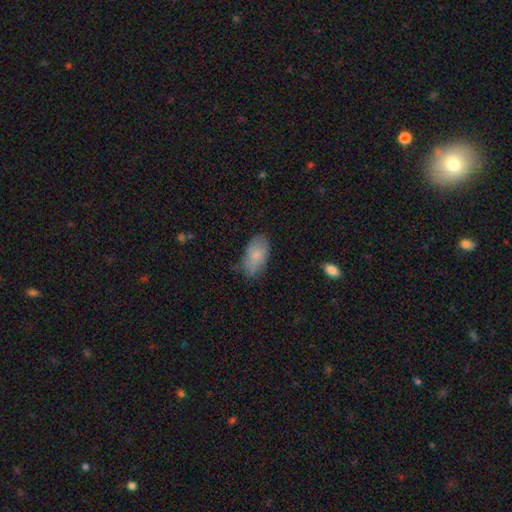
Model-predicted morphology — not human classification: Smooth or featured? smooth (77%)
How rounded? in between (94%)
Merging? none (67%)